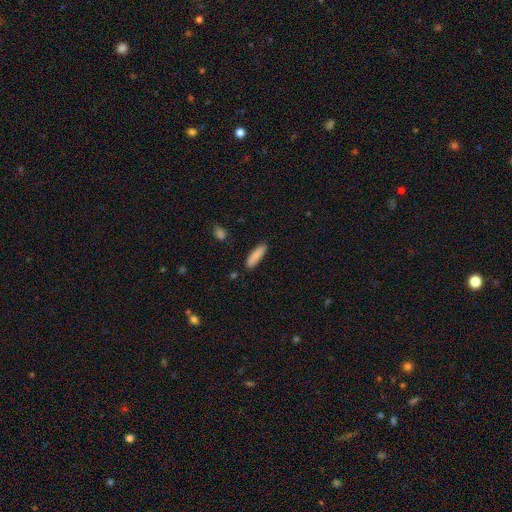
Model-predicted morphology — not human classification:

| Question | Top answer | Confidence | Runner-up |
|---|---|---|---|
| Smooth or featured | smooth | 87% | featured or disk (7%) |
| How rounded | cigar-shaped | 66% | in between (33%) |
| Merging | none | 85% | minor disturbance (11%) |